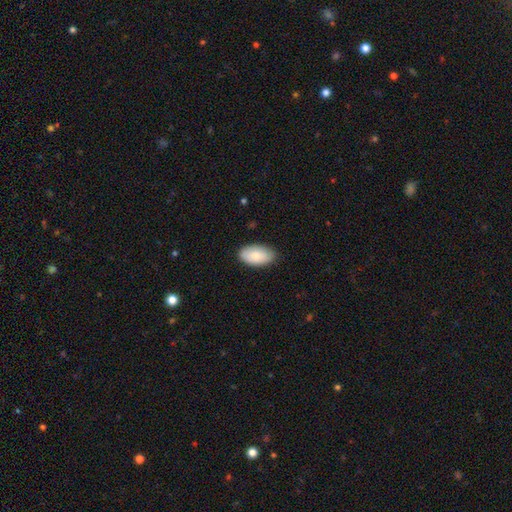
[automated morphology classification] Smooth or featured?
  - smooth: 82% *
  - featured or disk: 12%
  - star or artifact: 6%
How rounded?
  - in between: 95% *
  - round: 3%
  - cigar-shaped: 2%
Merging?
  - none: 84% *
  - minor disturbance: 13%
  - major disturbance: 2%
  - merger: 1%